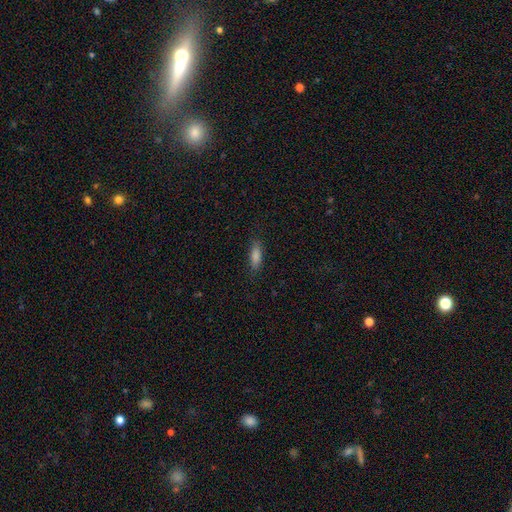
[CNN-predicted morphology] smooth 79%, featured or disk 11%, star or artifact 10%. Down the decision tree: how rounded — in between (50%); merging — none (85%).